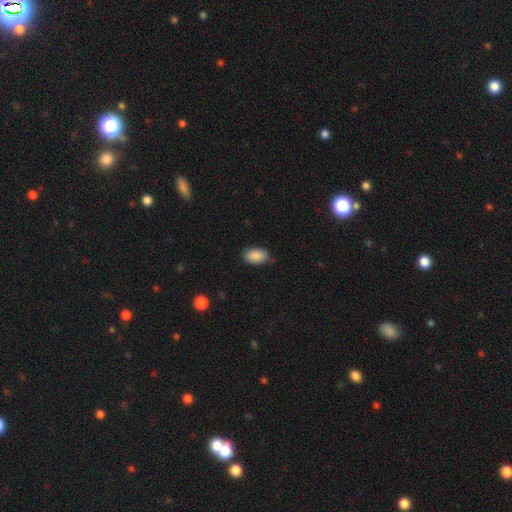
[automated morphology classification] Q: Smooth or featured?
A: smooth (89%); runner-up: star or artifact (7%)
Q: How rounded?
A: in between (92%); runner-up: round (6%)
Q: Merging?
A: none (77%); runner-up: minor disturbance (19%)